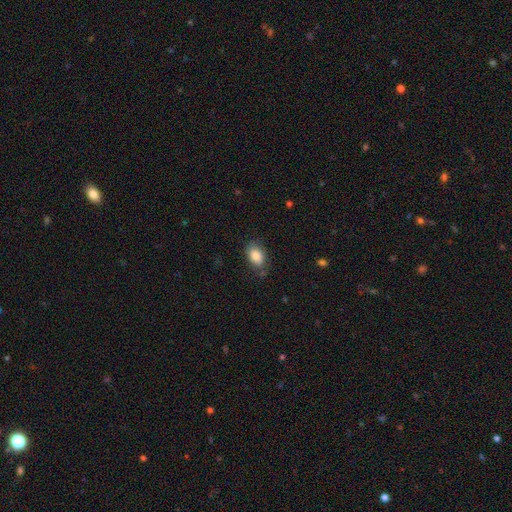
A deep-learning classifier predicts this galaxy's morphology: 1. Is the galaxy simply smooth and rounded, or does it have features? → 86% smooth, 7% star or artifact, 7% featured or disk.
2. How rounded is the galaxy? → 89% in between, 10% round, 2% cigar-shaped.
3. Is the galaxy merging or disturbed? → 73% none, 20% minor disturbance, 5% major disturbance, 2% merger.